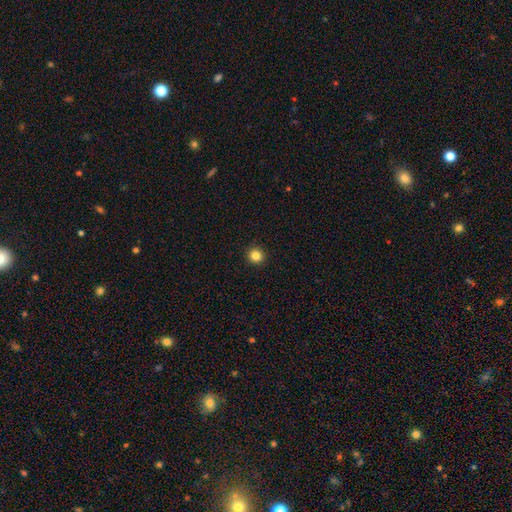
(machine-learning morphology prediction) The model was most divided on "smooth or featured": smooth: 84%, star or artifact: 12%, featured or disk: 4%. More confident: merging — none (93%); how rounded — round (92%).